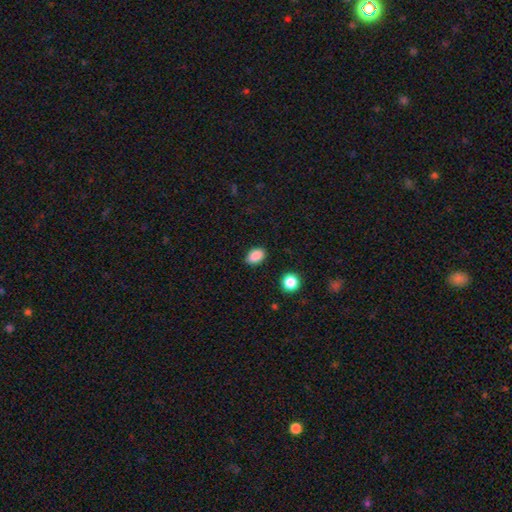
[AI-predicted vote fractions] Smooth or featured: smooth — 88% (star or artifact — 9%)
How rounded: in between — 84% (round — 15%)
Merging: none — 87% (minor disturbance — 10%)